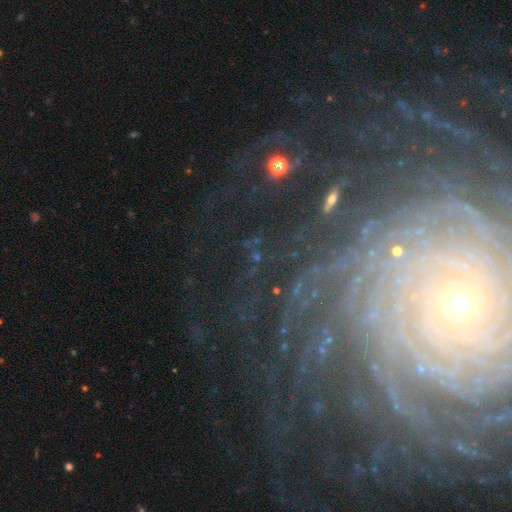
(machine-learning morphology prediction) This is possibly a featured or disk galaxy (52%). It is clearly not viewed edge-on (87%). Merging: likely none (74%).